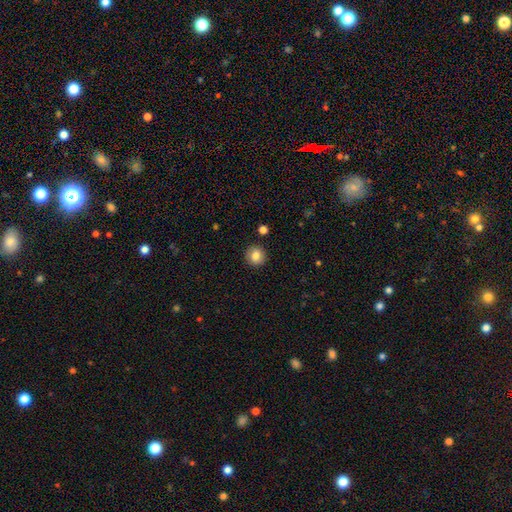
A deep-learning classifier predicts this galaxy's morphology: This appears to be a smooth galaxy with no disk features (83%) that is round (93%). Merging: none (91%).